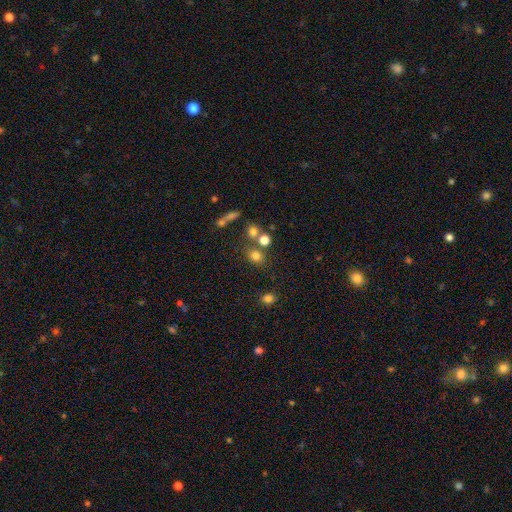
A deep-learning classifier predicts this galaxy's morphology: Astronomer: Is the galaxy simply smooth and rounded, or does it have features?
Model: smooth — 74%.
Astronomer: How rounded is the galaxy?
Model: round — 59% (runner-up: in between, 39%).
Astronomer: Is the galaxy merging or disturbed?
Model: none — 63%.